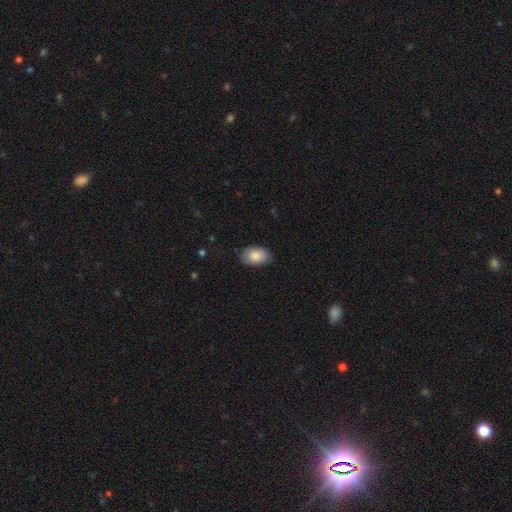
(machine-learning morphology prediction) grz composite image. It shows a smooth galaxy with no disk features (84%) that is in between round and cigar-shaped (88%). Merging: none (81%).